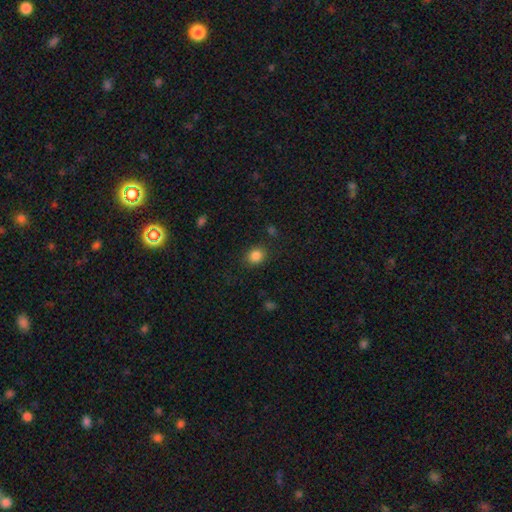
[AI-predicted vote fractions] smooth-or-featured: smooth: 86% | star or artifact: 10% | featured or disk: 4%
  how-rounded: round: 63% | in between: 36% | cigar-shaped: 1%
  merging: none: 84% | minor disturbance: 10% | major disturbance: 4% | merger: 2%